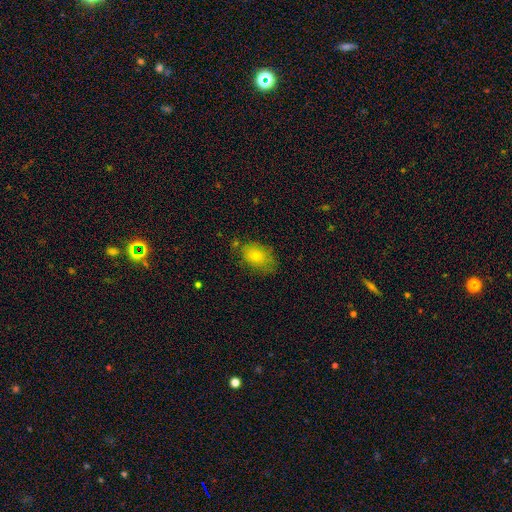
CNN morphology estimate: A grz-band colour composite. It shows a smooth galaxy with no disk features (78%) that is in between round and cigar-shaped (80%). Merging: none (62%).